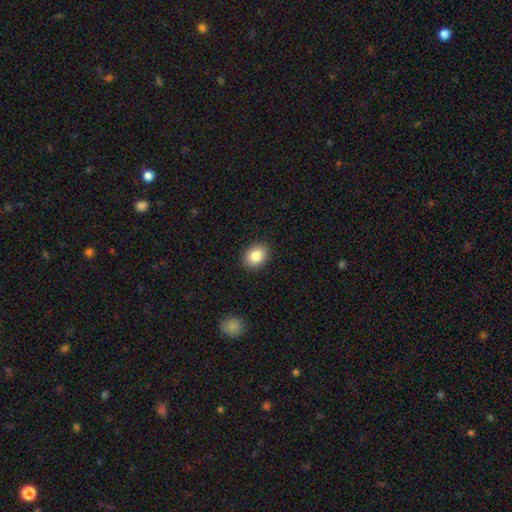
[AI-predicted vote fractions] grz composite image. It shows a smooth galaxy with no disk features (86%) that is in between round and cigar-shaped (64%). Merging: none (89%).